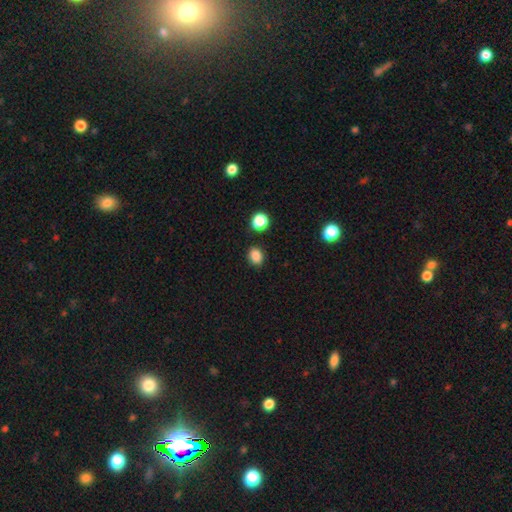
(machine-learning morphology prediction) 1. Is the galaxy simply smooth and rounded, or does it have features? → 86% smooth, 11% star or artifact, 3% featured or disk.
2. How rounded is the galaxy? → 51% in between, 48% round, 1% cigar-shaped.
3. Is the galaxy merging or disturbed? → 85% none, 9% minor disturbance, 3% merger, 2% major disturbance.